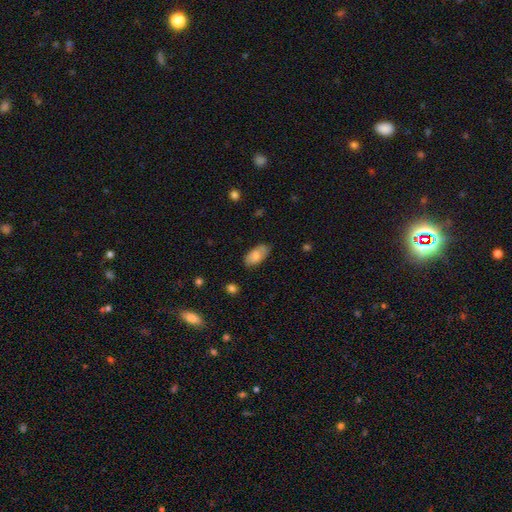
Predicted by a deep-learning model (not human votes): A smooth galaxy with no disk features (76%) that is in between round and cigar-shaped (93%).

Vote fractions:
- Smooth or featured? smooth: 76% / featured or disk: 17% / star or artifact: 7%
- How rounded? in between: 93% / cigar-shaped: 4% / round: 3%
- Merging? none: 75% / minor disturbance: 20% / major disturbance: 3% / merger: 1%